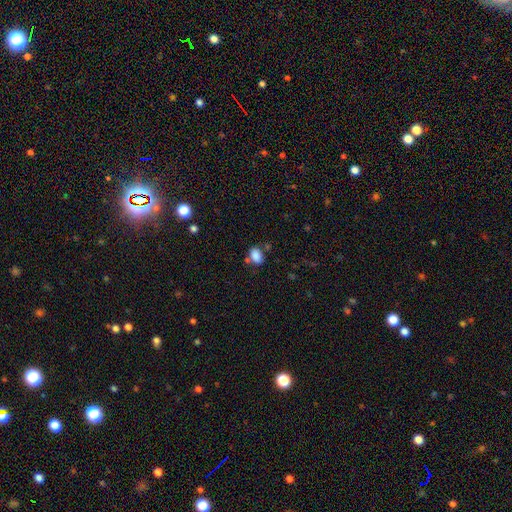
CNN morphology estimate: smooth-or-featured: smooth: 85% | star or artifact: 10% | featured or disk: 5%
  how-rounded: in between: 74% | round: 24% | cigar-shaped: 1%
  merging: none: 64% | minor disturbance: 18% | merger: 13% | major disturbance: 5%